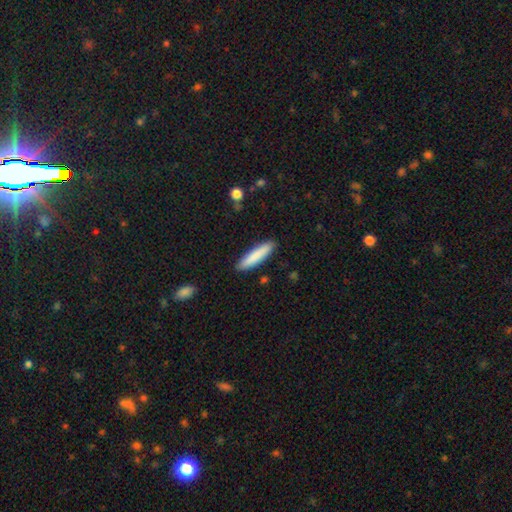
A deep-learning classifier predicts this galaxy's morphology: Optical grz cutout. It shows a smooth galaxy with no disk features (84%) that is cigar-shaped (83%). Merging: none (90%).